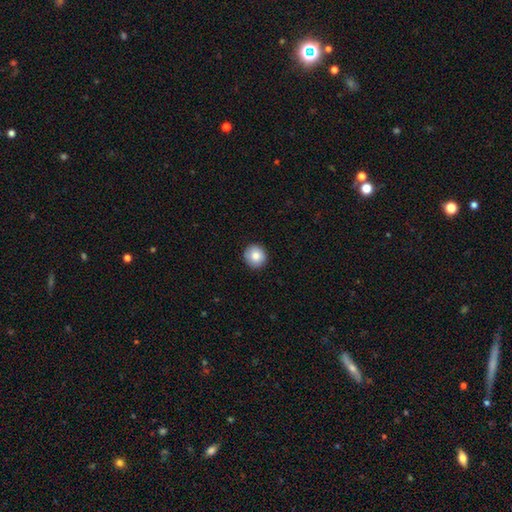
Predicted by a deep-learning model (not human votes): This appears to be a smooth galaxy with no disk features (83%) that is round (92%). Merging: none (90%).